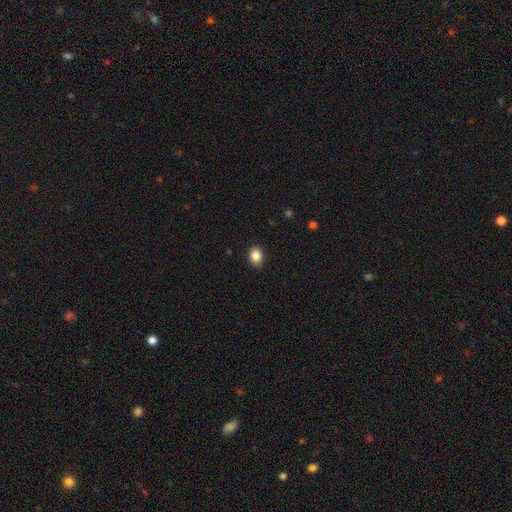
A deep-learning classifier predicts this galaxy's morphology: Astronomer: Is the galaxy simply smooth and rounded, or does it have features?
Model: smooth — 86%.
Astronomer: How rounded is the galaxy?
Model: in between — 65%.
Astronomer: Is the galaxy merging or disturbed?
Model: none — 81%.